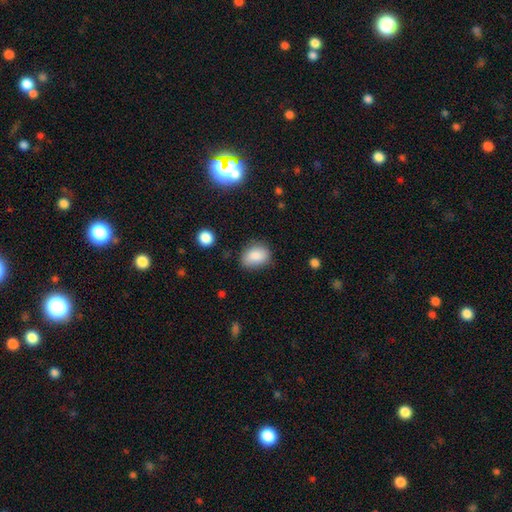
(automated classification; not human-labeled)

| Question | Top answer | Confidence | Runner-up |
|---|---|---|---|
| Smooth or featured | smooth | 86% | star or artifact (8%) |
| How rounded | in between | 72% | round (26%) |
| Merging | none | 75% | minor disturbance (19%) |